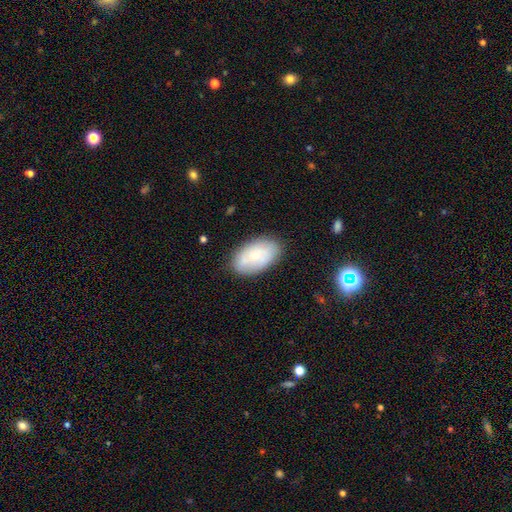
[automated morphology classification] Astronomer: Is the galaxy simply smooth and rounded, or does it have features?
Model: smooth — 58% (runner-up: featured or disk, 35%).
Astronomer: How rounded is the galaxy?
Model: in between — 93%.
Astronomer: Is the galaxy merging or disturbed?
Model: none — 77%.